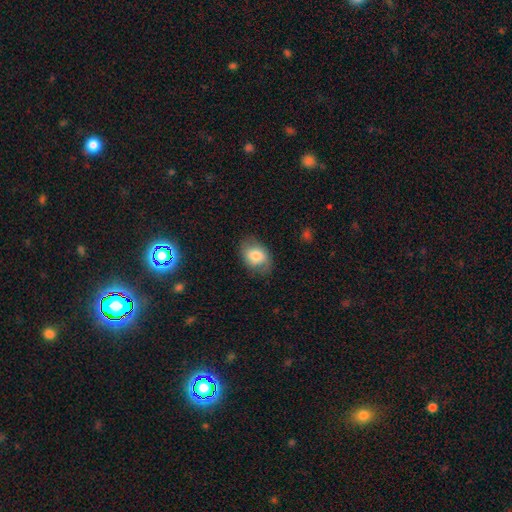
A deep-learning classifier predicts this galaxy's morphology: Smooth or featured: smooth — 75% (featured or disk — 18%)
How rounded: in between — 76% (round — 23%)
Merging: none — 74% (minor disturbance — 19%)